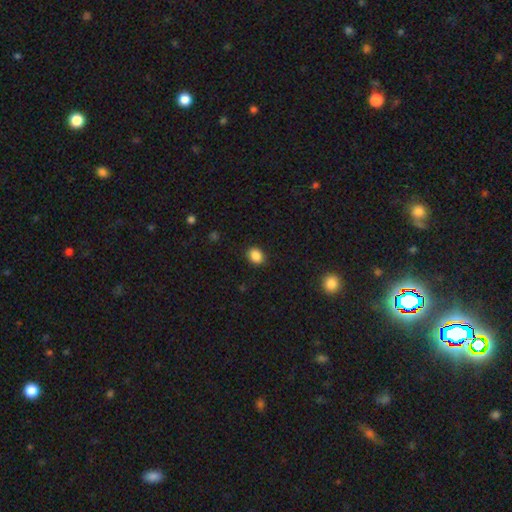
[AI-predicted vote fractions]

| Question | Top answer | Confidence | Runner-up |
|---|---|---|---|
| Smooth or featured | smooth | 87% | star or artifact (10%) |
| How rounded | in between | 53% | round (46%) |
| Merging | none | 89% | minor disturbance (8%) |